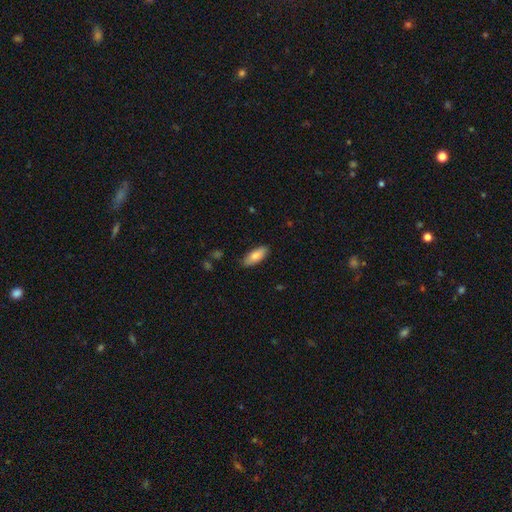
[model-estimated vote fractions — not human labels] Smooth or featured: smooth — 81% (featured or disk — 13%)
How rounded: in between — 75% (cigar-shaped — 24%)
Merging: none — 86% (minor disturbance — 11%)